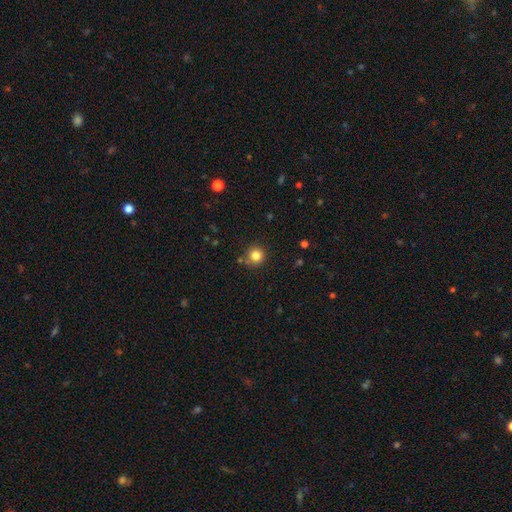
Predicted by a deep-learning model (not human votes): Smooth or featured? smooth (82%)
How rounded? round (95%)
Merging? none (84%)